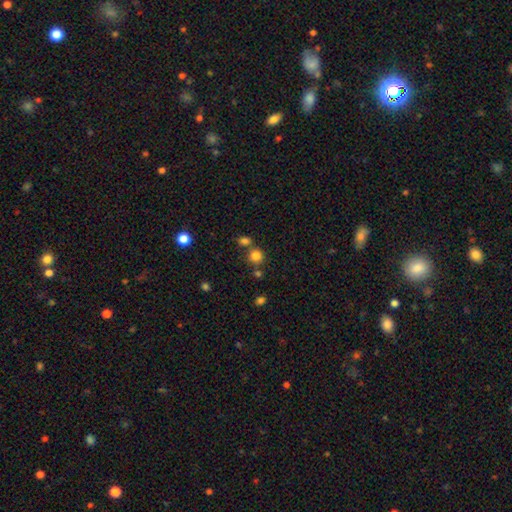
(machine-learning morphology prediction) type=smooth (81%); roundness=round (90%); merging=none (70%).